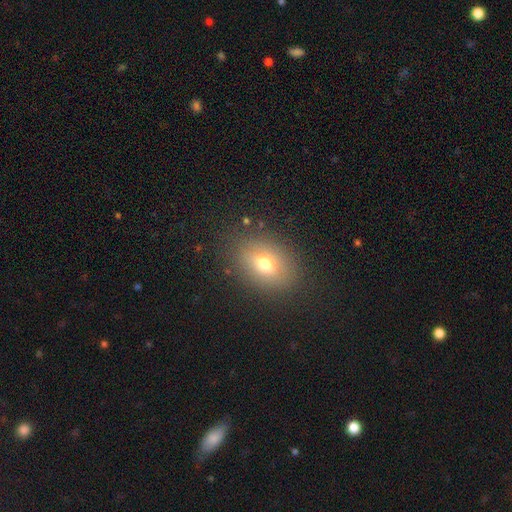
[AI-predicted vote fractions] A smooth galaxy with no disk features (69%) that is in between round and cigar-shaped (68%). Merging: none (87%).